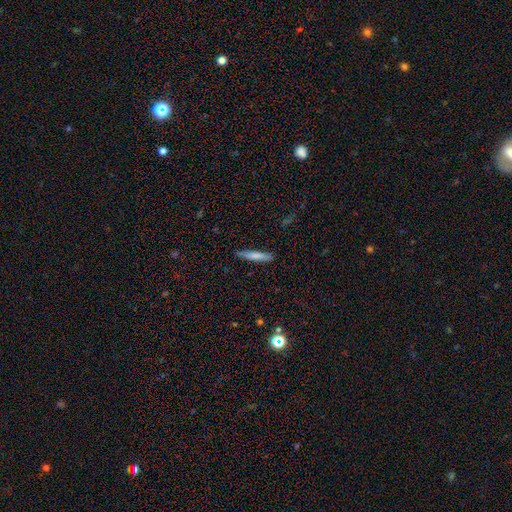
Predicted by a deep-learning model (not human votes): Smooth or featured: smooth — 73% (featured or disk — 20%)
How rounded: cigar-shaped — 91% (in between — 8%)
Merging: none — 87% (minor disturbance — 10%)